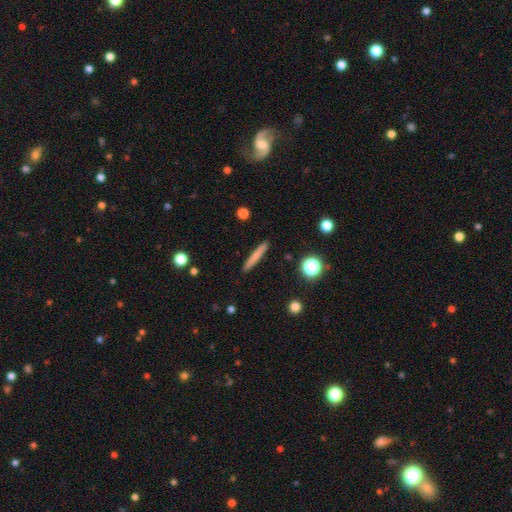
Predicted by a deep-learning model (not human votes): A smooth galaxy with no disk features (71%) that is cigar-shaped (96%).

Vote fractions:
- Smooth or featured? smooth: 71% / featured or disk: 22% / star or artifact: 7%
- How rounded? cigar-shaped: 96% / in between: 3% / round: 2%
- Merging? none: 91% / minor disturbance: 6% / major disturbance: 2% / merger: 1%